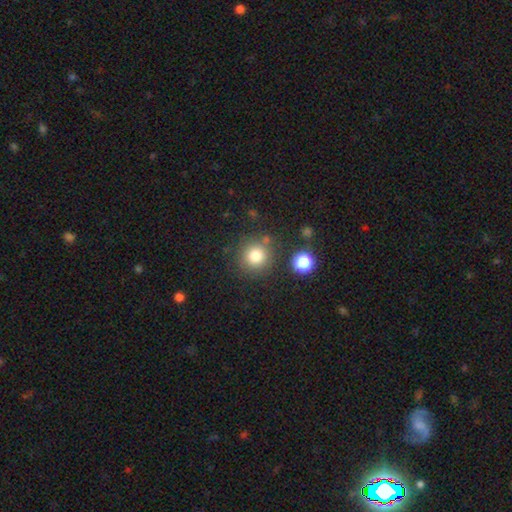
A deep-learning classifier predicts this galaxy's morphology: smooth_or_featured: smooth (p=0.80) [alt: star or artifact p=0.13]
how_rounded: round (p=0.93) [alt: in between p=0.06]
merging: none (p=0.81) [alt: minor disturbance p=0.09]